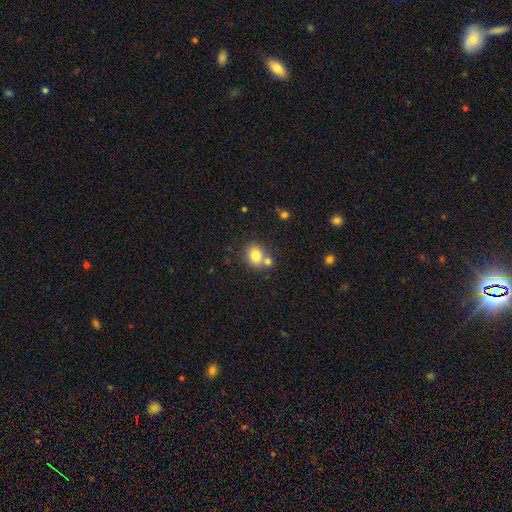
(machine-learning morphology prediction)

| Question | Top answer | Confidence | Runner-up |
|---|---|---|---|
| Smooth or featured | smooth | 80% | star or artifact (10%) |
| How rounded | round | 70% | in between (30%) |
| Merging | none | 57% | merger (30%) |